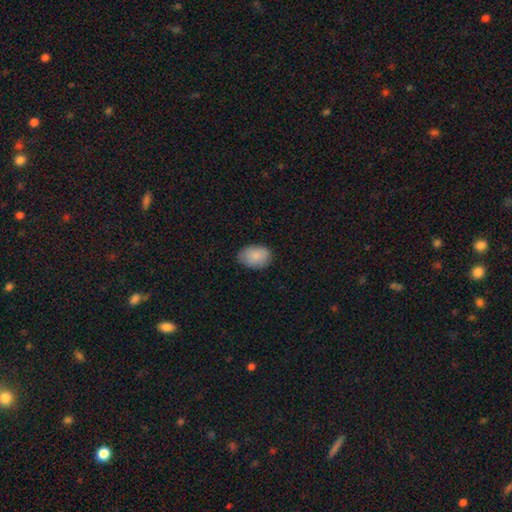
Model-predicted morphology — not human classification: smooth-or-featured: smooth: 87% | star or artifact: 7% | featured or disk: 6%
  how-rounded: in between: 82% | round: 17% | cigar-shaped: 1%
  merging: none: 80% | minor disturbance: 16% | major disturbance: 3% | merger: 1%